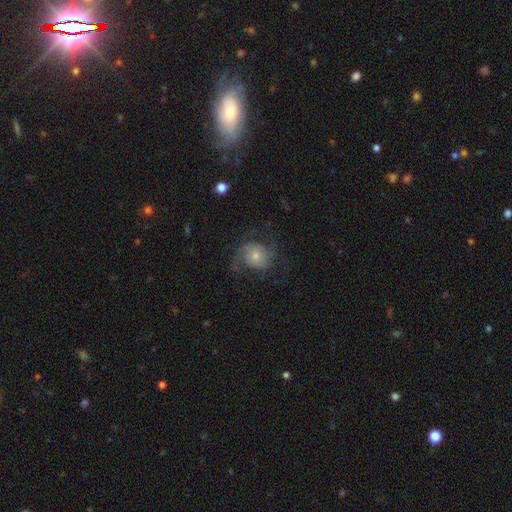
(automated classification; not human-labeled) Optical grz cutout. It shows a featured or disk galaxy (67%) with no bar (75%), 2 (72%) medium (45%) spiral arms (91%) and a small central bulge (51%). Merging: none (60%).